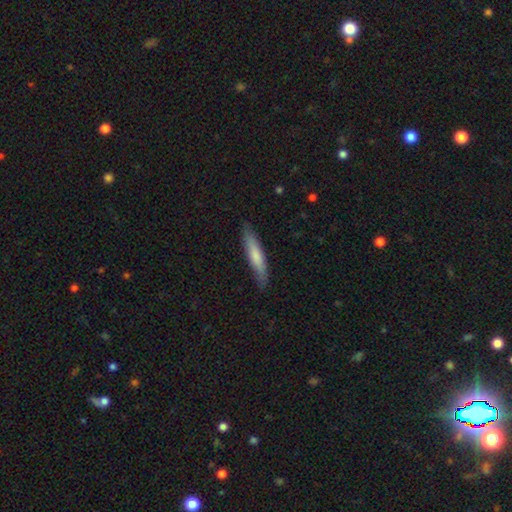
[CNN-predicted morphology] Smooth or featured? Predicted: smooth (p=0.70). How rounded? Predicted: cigar-shaped (p=0.88). Merging? Predicted: none (p=0.83).